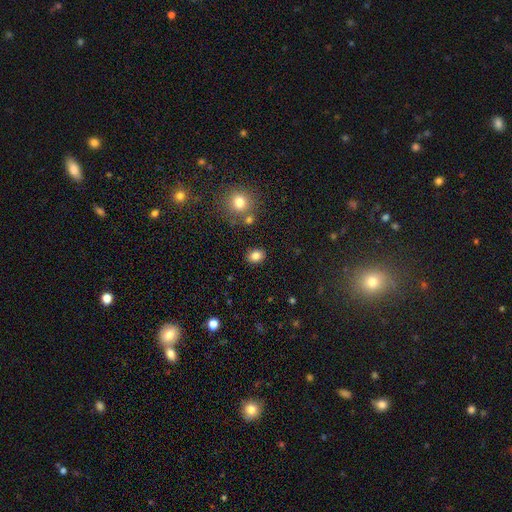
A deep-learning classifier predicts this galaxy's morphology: This appears to be a smooth galaxy with no disk features (84%) that is in between round and cigar-shaped (55%). Merging: none (87%).